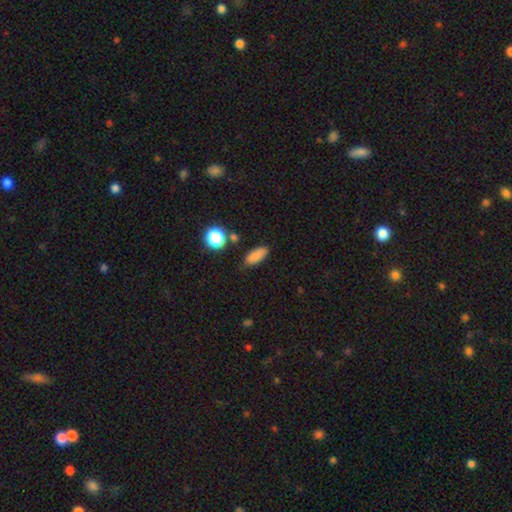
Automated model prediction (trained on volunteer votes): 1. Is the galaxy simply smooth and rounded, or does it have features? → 83% smooth, 11% star or artifact, 6% featured or disk.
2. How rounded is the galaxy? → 78% in between, 16% cigar-shaped, 6% round.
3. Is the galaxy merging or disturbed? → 81% none, 12% minor disturbance, 3% merger, 3% major disturbance.